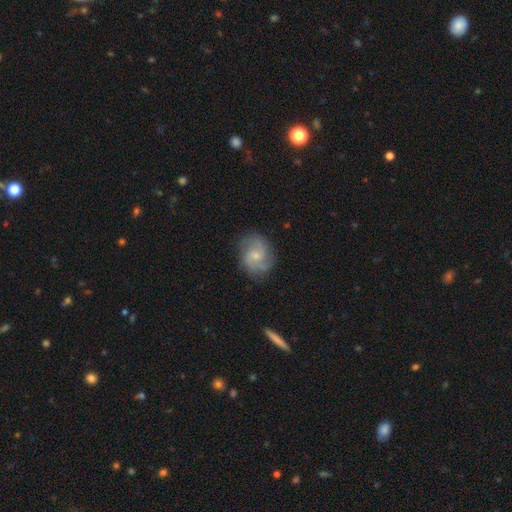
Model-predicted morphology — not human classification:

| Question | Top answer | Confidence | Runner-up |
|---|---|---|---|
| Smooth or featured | featured or disk | 76% | smooth (17%) |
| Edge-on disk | no | 98% | yes (2%) |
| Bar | no | 61% | weak (35%) |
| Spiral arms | yes | 95% | no (5%) |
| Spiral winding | medium | 51% | tight (26%) |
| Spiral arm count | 2 | 56% | 3 (21%) |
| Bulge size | small | 63% | moderate (30%) |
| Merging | none | 79% | minor disturbance (15%) |